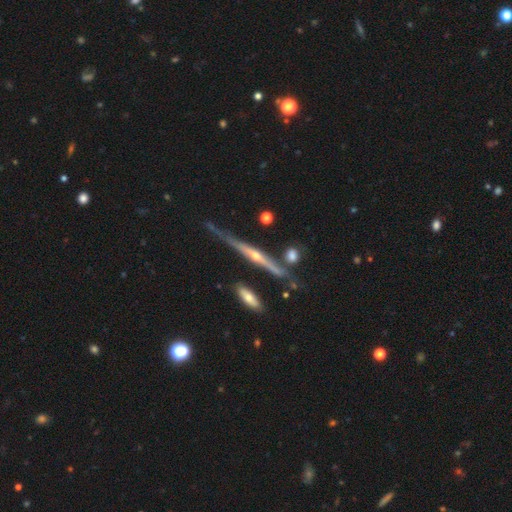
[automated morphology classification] This appears to be a featured or disk galaxy (83%) viewed edge-on (97%) with a rounded central bulge (83%). Merging: none (72%).